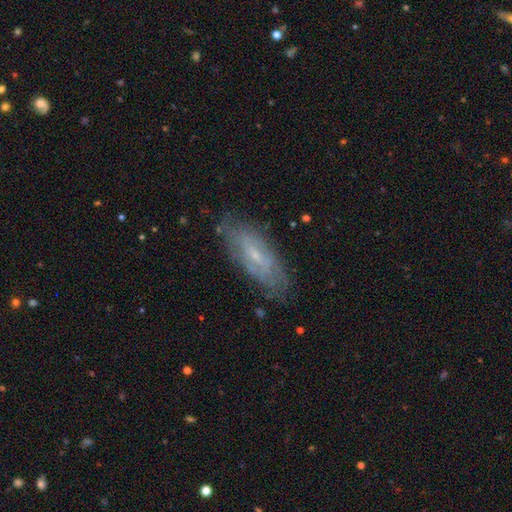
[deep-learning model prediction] The model was most divided on "bar": no: 49%, weak: 41%, strong: 10%. More confident: edge-on disk — no (79%); merging — none (77%); bulge size — small (73%); spiral arms — yes (71%); smooth or featured — featured or disk (64%).